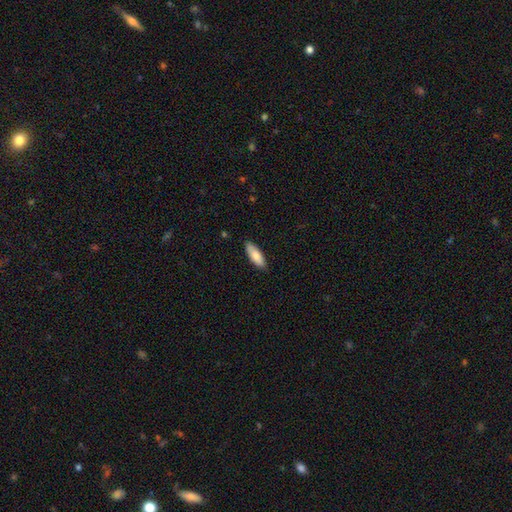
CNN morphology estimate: A smooth galaxy with no disk features (83%) that is in between round and cigar-shaped (63%). Merging: none (87%).